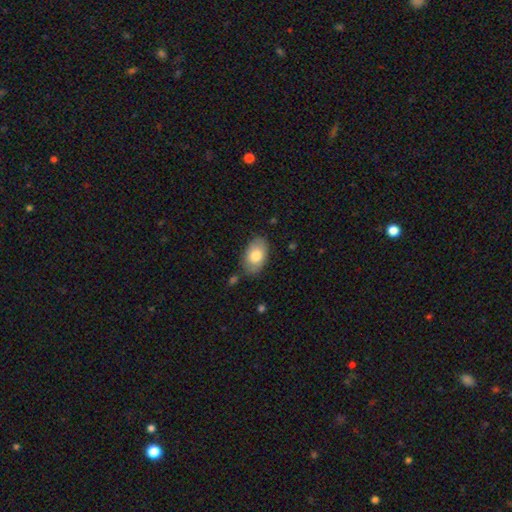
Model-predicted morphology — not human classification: smooth-or-featured: smooth: 78% | featured or disk: 15% | star or artifact: 6%
  how-rounded: in between: 91% | round: 8% | cigar-shaped: 1%
  merging: none: 77% | minor disturbance: 17% | major disturbance: 4% | merger: 2%